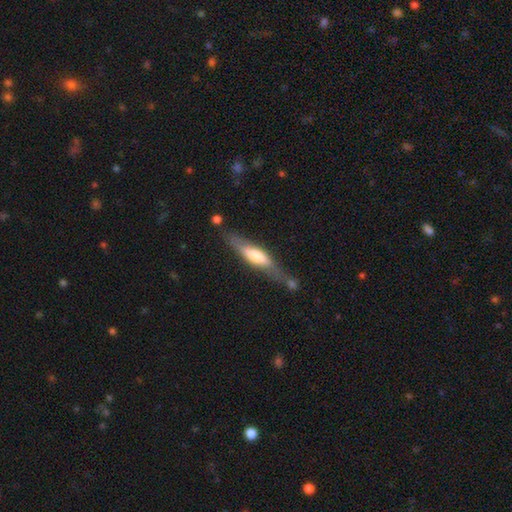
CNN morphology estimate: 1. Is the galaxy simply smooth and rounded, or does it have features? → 48% featured or disk, 46% smooth, 6% star or artifact.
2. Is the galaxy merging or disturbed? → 59% none, 23% minor disturbance, 10% merger, 9% major disturbance.